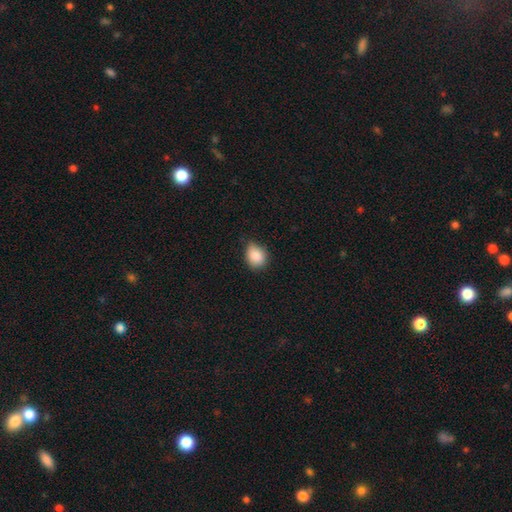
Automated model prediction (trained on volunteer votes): The model was most divided on "how rounded": in between: 51%, round: 48%, cigar-shaped: 1%. More confident: smooth or featured — smooth (87%); merging — none (64%).